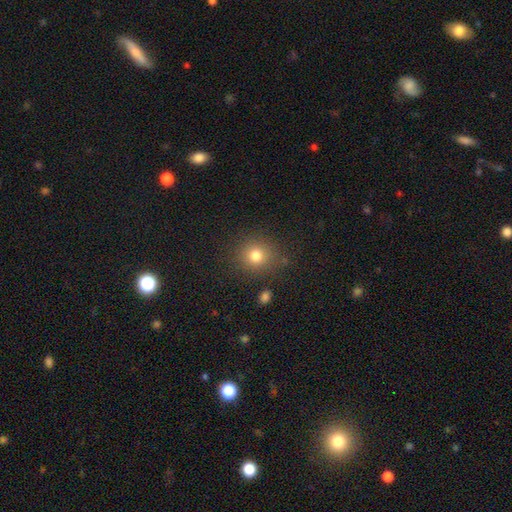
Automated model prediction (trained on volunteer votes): Q: Smooth or featured?
A: smooth (78%); runner-up: star or artifact (14%)
Q: How rounded?
A: round (87%); runner-up: in between (12%)
Q: Merging?
A: none (84%); runner-up: minor disturbance (9%)